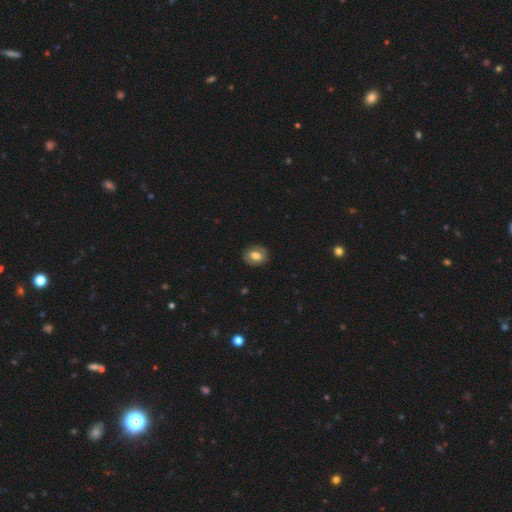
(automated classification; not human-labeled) Smooth or featured?
  - smooth: 67% *
  - featured or disk: 25%
  - star or artifact: 8%
How rounded?
  - in between: 62% *
  - round: 37%
  - cigar-shaped: 1%
Merging?
  - none: 85% *
  - minor disturbance: 11%
  - major disturbance: 3%
  - merger: 1%